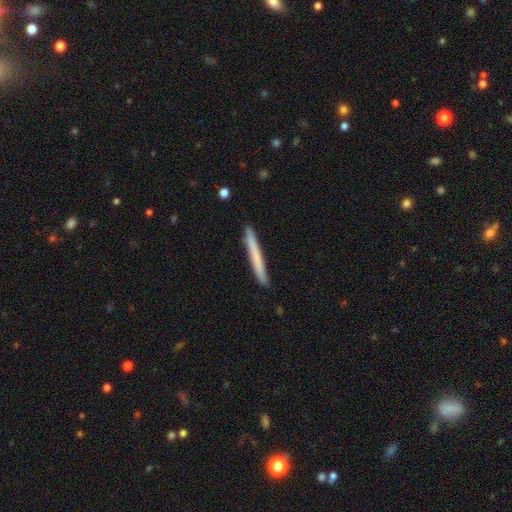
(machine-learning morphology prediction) smooth_or_featured: smooth (p=0.67) [alt: featured or disk p=0.27]
how_rounded: cigar-shaped (p=0.97) [alt: in between p=0.02]
merging: none (p=0.91) [alt: minor disturbance p=0.07]